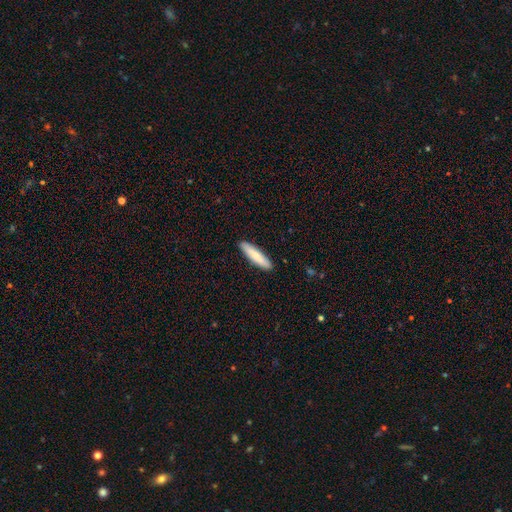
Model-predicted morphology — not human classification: smooth_or_featured: smooth (p=0.80) [alt: featured or disk p=0.15]
how_rounded: cigar-shaped (p=0.82) [alt: in between p=0.16]
merging: none (p=0.91) [alt: minor disturbance p=0.07]